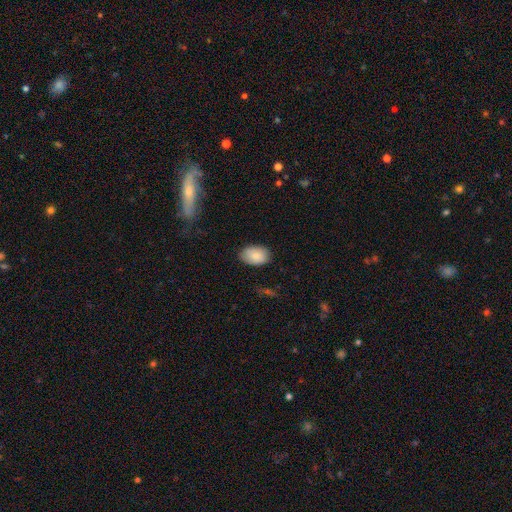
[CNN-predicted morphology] Smooth or featured? smooth (84%)
How rounded? in between (89%)
Merging? none (83%)